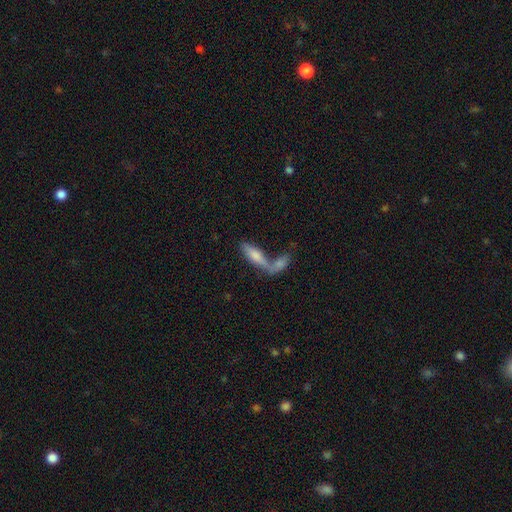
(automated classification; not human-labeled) Smooth or featured: smooth — 63% (featured or disk — 28%)
How rounded: cigar-shaped — 53% (in between — 45%)
Merging: merger — 59% (none — 27%)